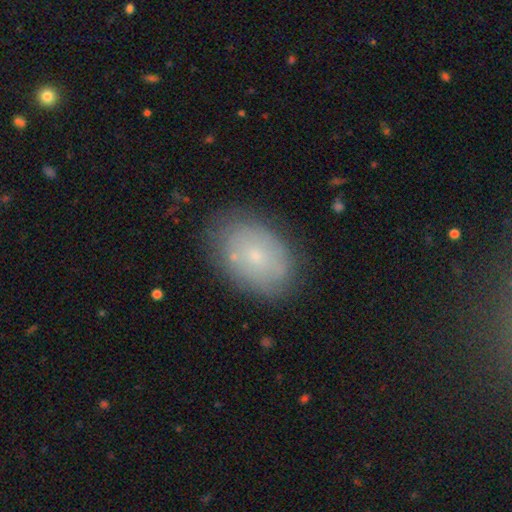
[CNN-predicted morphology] Smooth or featured? Predicted: smooth (p=0.59). How rounded? Predicted: in between (p=0.82). Merging? Predicted: none (p=0.76).